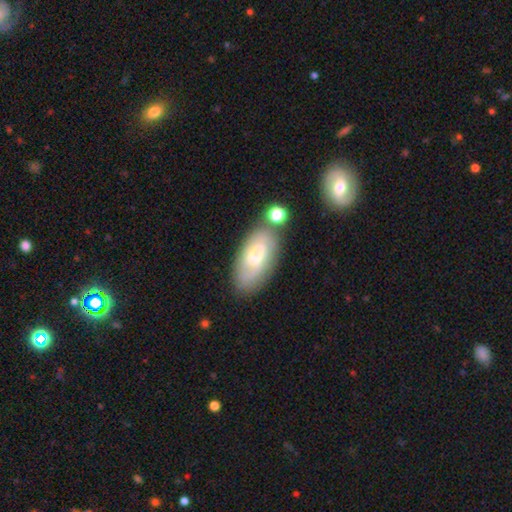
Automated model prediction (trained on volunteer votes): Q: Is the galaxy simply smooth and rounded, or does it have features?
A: featured or disk — 53%.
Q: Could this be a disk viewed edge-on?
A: no — 90%.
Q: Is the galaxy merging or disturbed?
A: none — 67%.